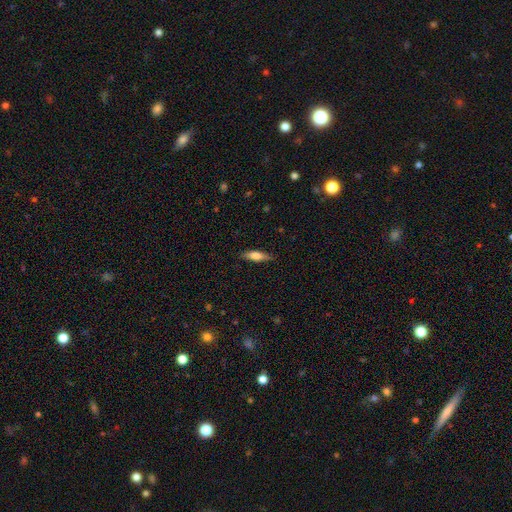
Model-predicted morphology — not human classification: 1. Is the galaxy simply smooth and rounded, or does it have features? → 61% smooth, 33% featured or disk, 6% star or artifact.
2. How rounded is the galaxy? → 62% cigar-shaped, 36% in between, 2% round.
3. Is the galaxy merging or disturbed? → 84% none, 12% minor disturbance, 2% major disturbance, 1% merger.